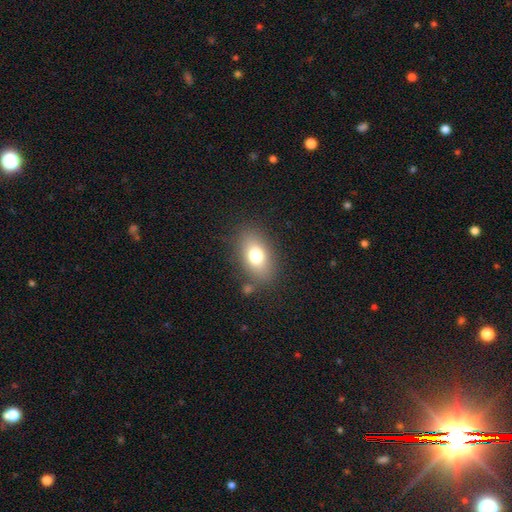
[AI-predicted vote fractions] smooth-or-featured: smooth: 75% | featured or disk: 15% | star or artifact: 10%
  how-rounded: in between: 85% | round: 13% | cigar-shaped: 2%
  merging: none: 79% | minor disturbance: 12% | major disturbance: 5% | merger: 4%